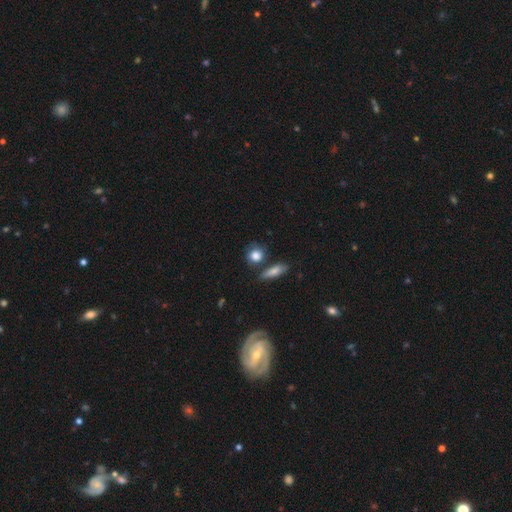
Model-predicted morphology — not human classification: The model was most divided on "merging": none: 65%, minor disturbance: 17%, merger: 13%, major disturbance: 5%. More confident: smooth or featured — smooth (81%); how rounded — round (73%).